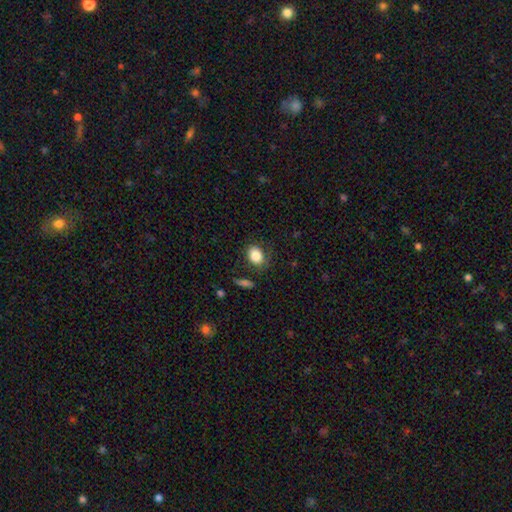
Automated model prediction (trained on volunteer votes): smooth-or-featured: smooth: 84% | star or artifact: 8% | featured or disk: 8%
  how-rounded: in between: 66% | round: 33% | cigar-shaped: 1%
  merging: none: 74% | minor disturbance: 17% | major disturbance: 6% | merger: 3%